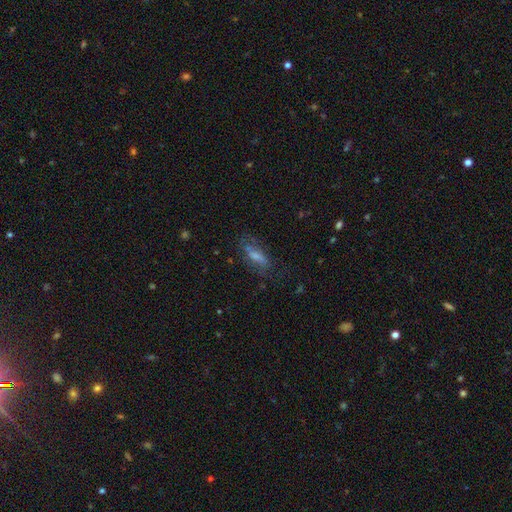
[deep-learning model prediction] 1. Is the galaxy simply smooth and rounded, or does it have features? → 53% smooth, 37% featured or disk, 11% star or artifact.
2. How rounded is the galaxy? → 64% in between, 33% cigar-shaped, 3% round.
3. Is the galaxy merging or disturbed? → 56% none, 24% minor disturbance, 17% major disturbance, 3% merger.